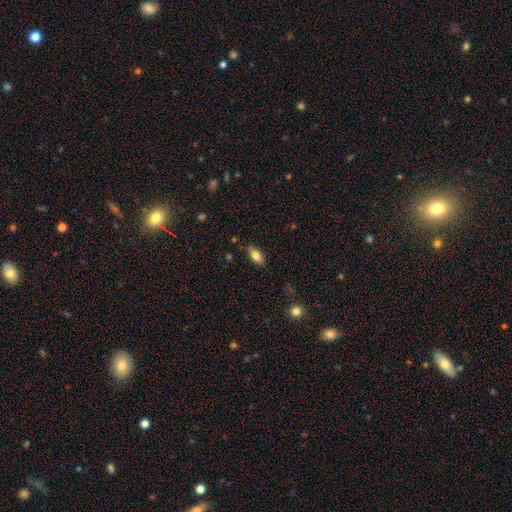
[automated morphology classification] A smooth galaxy with no disk features (80%) that is in between round and cigar-shaped (87%).

Vote fractions:
- Smooth or featured? smooth: 80% / featured or disk: 12% / star or artifact: 8%
- How rounded? in between: 87% / cigar-shaped: 9% / round: 4%
- Merging? none: 78% / minor disturbance: 17% / major disturbance: 3% / merger: 2%